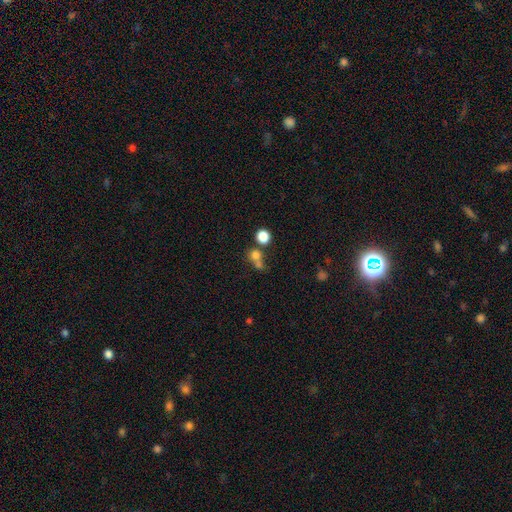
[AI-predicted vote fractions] smooth-or-featured: smooth: 73% | star or artifact: 17% | featured or disk: 10%
  how-rounded: round: 85% | in between: 14% | cigar-shaped: 1%
  merging: none: 46% | merger: 40% | minor disturbance: 8% | major disturbance: 6%